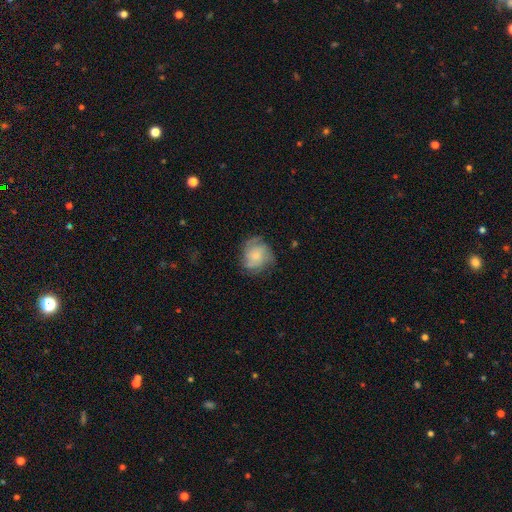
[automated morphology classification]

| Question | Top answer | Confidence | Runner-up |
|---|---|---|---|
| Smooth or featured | featured or disk | 54% | smooth (38%) |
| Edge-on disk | no | 98% | yes (2%) |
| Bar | no | 76% | weak (21%) |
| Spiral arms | yes | 88% | no (12%) |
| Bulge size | small | 42% | moderate (35%) |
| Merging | none | 67% | minor disturbance (22%) |